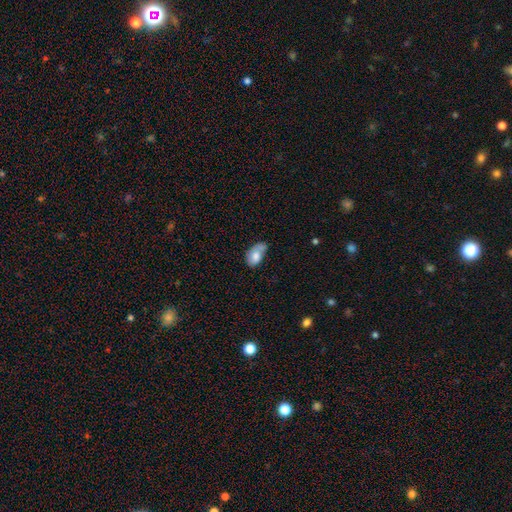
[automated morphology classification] Smooth or featured: smooth — 72% (featured or disk — 21%)
How rounded: in between — 90% (round — 8%)
Merging: minor disturbance — 39% (none — 29%)